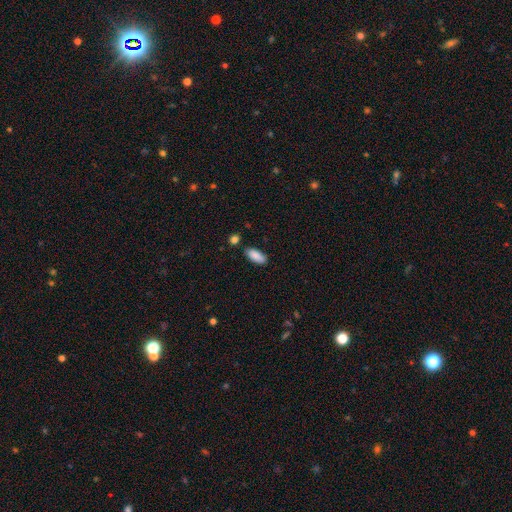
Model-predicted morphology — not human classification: Smooth or featured? Predicted: smooth (p=0.89). How rounded? Predicted: in between (p=0.86). Merging? Predicted: none (p=0.79).